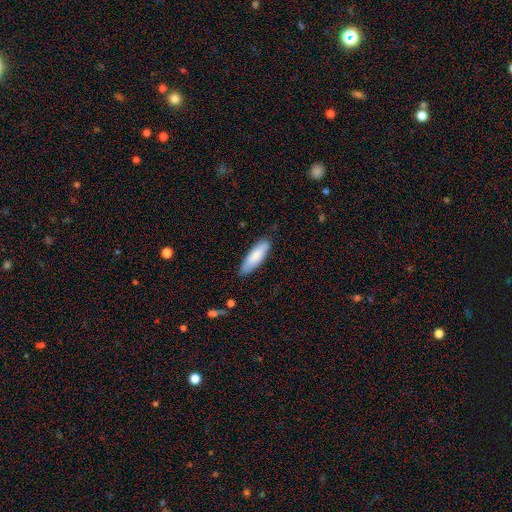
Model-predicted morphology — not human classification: This appears to be a smooth galaxy with no disk features (82%) that is in between round and cigar-shaped (53%). Merging: none (83%).